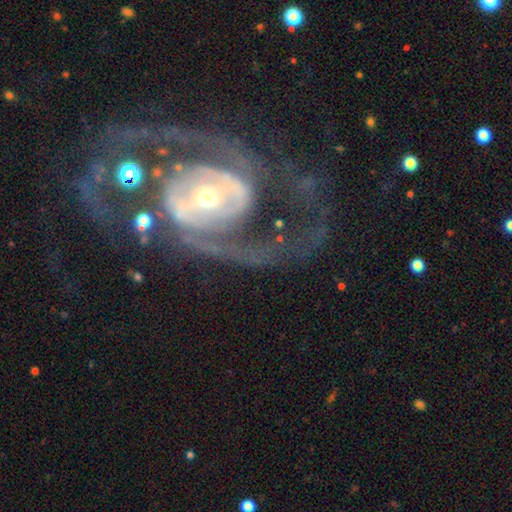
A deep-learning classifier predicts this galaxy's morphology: featured or disk 88%, smooth 7%, star or artifact 6%. Down the decision tree: edge-on disk — no (96%); bar — no (34%); spiral arms — yes (91%); spiral arm count — 2 (82%); spiral winding — medium (47%); bulge size — moderate (49%); merging — none (57%).